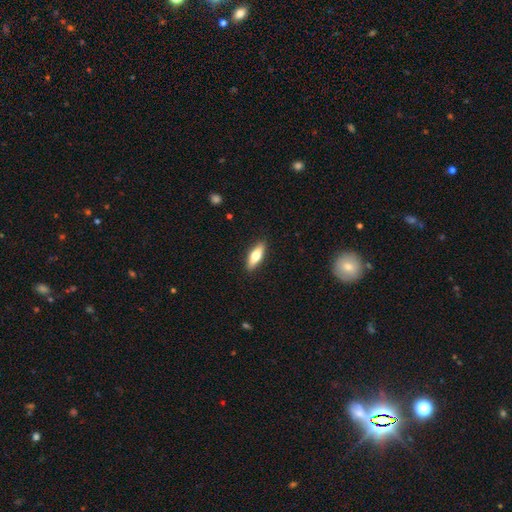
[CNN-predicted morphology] type=smooth (63%); roundness=in between (54%); merging=none (90%).